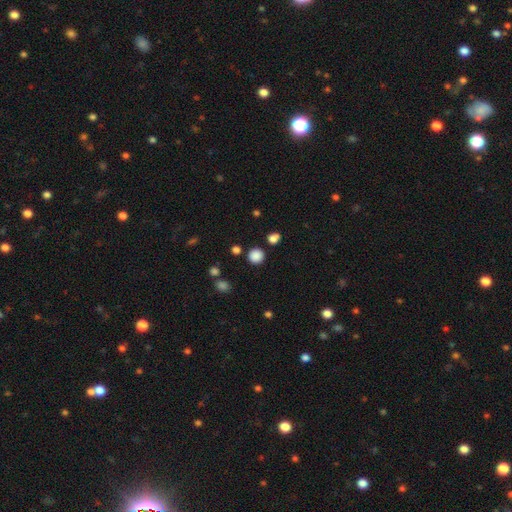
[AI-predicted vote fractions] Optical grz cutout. It shows a smooth galaxy with no disk features (85%) that is round (92%). Merging: none (86%).